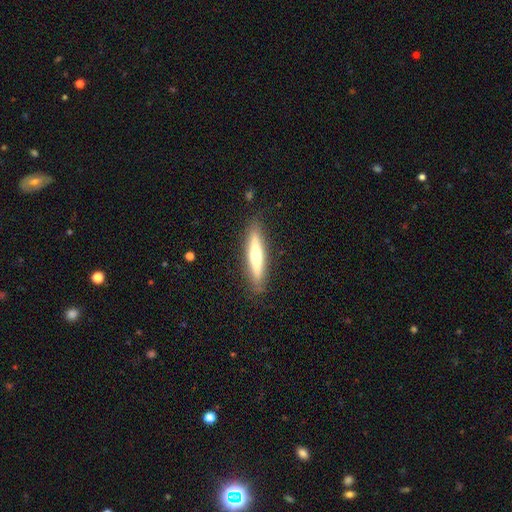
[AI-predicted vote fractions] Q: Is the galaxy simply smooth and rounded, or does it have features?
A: featured or disk — 48%.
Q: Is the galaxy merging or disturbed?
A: none — 87%.